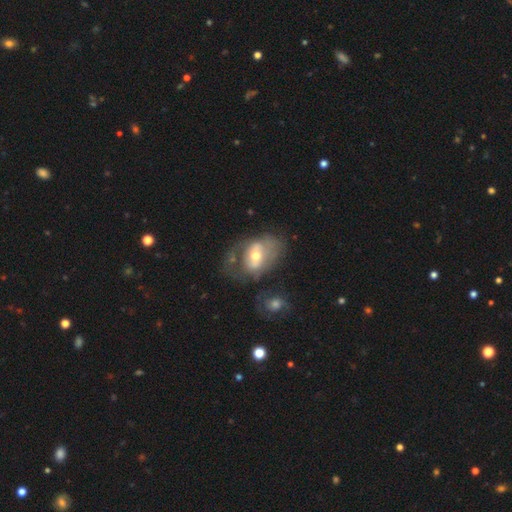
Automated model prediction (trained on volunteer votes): Smooth or featured?
  - featured or disk: 60% *
  - smooth: 32%
  - star or artifact: 7%
Edge-on disk?
  - no: 94% *
  - yes: 6%
Bar?
  - no: 45% *
  - weak: 36%
  - strong: 19%
Spiral arms?
  - no: 51% *
  - yes: 49%
Bulge size?
  - moderate: 64% *
  - small: 27%
  - large: 7%
  - dominant: 1%
  - none: 1%
Merging?
  - none: 35% *
  - major disturbance: 31%
  - minor disturbance: 23%
  - merger: 11%